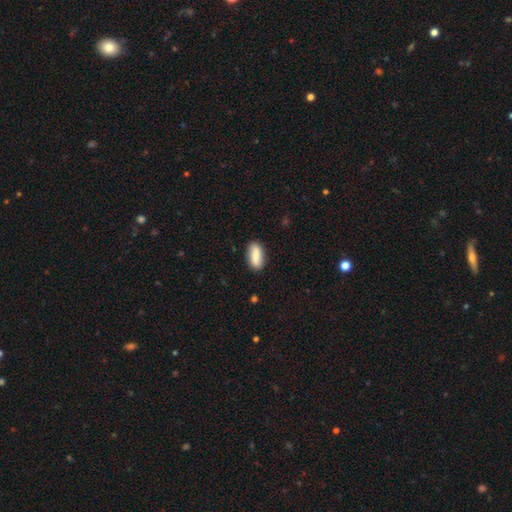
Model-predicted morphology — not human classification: smooth-or-featured: smooth: 78% | featured or disk: 15% | star or artifact: 6%
  how-rounded: in between: 81% | cigar-shaped: 15% | round: 3%
  merging: none: 85% | minor disturbance: 11% | major disturbance: 2% | merger: 1%